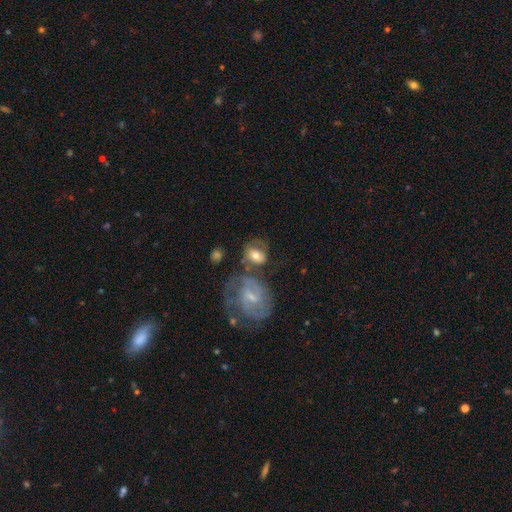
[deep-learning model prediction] smooth-or-featured: smooth: 50% | featured or disk: 43% | star or artifact: 7%
  merging: none: 49% | merger: 20% | minor disturbance: 19% | major disturbance: 12%